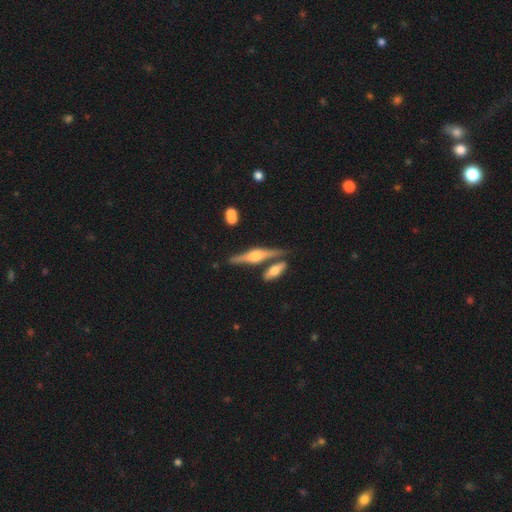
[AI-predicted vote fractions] Overall: featured or disk (75%). Edge-on disk: yes (97%). Edge-on bulge: rounded (89%). Merging: none (74%).